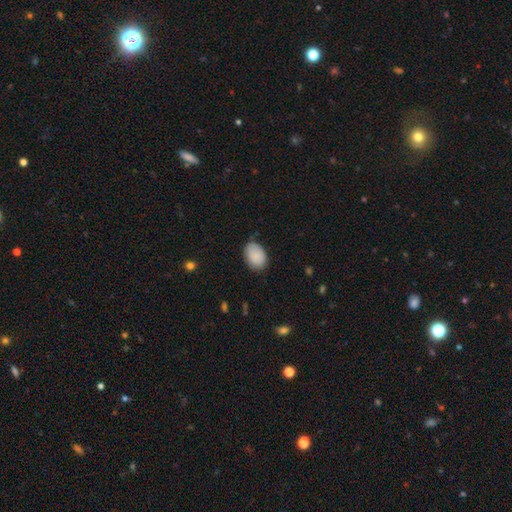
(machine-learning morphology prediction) This appears to be a smooth galaxy with no disk features (88%) that is in between round and cigar-shaped (81%). Merging: none (75%).